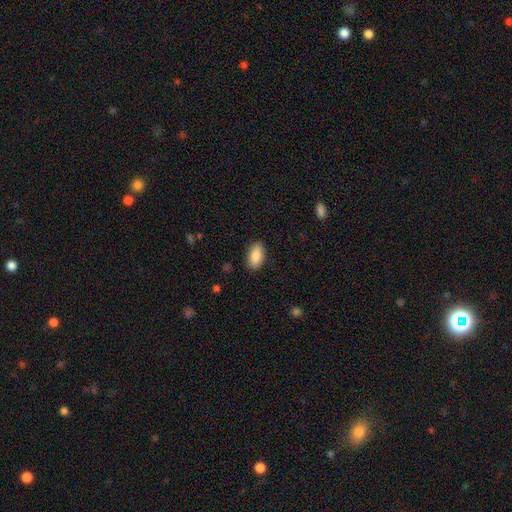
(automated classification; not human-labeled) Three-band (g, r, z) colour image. It shows a smooth galaxy with no disk features (87%) that is in between round and cigar-shaped (92%). Merging: none (87%).